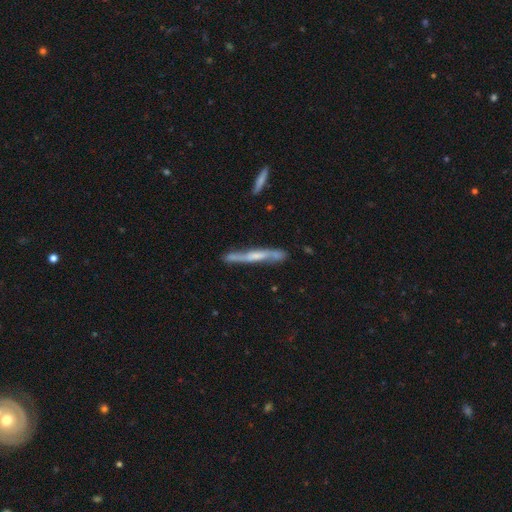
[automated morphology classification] Smooth or featured? featured or disk (70%)
Edge-on disk? yes (80%)
Edge-on bulge? none (42%)
Merging? none (74%)